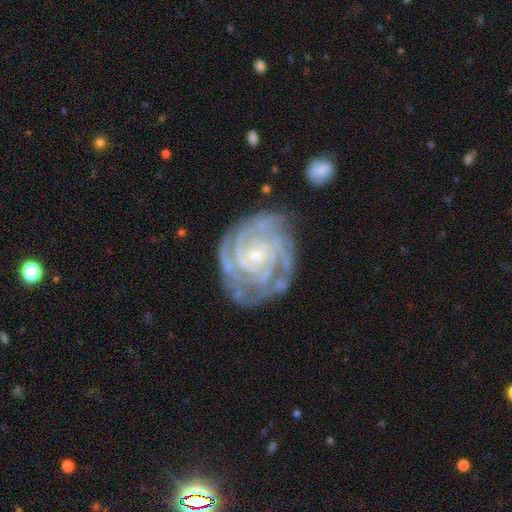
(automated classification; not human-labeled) A featured or disk galaxy (90%) with no bar (74%), 4 (25%) tight (79%) spiral arms (98%) and a small central bulge (84%).

Vote fractions:
- Smooth or featured? featured or disk: 90% / star or artifact: 5% / smooth: 5%
- Edge-on disk? no: 97% / yes: 3%
- Bar? no: 74% / weak: 19% / strong: 7%
- Spiral arms? yes: 98% / no: 2%
- Spiral winding? tight: 79% / medium: 18% / loose: 3%
- Spiral arm count? 4: 25% / 3: 24% / can't tell: 20% / 2: 16% / more than 4: 9% / 1: 7%
- Bulge size? small: 84% / moderate: 12% / none: 2% / large: 1% / dominant: 1%
- Merging? none: 69% / minor disturbance: 20% / major disturbance: 8% / merger: 3%